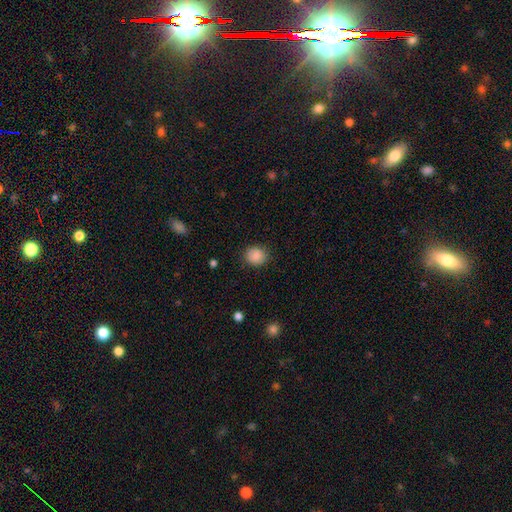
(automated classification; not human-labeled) A smooth galaxy with no disk features (88%) that is round (76%). Merging: none (86%).